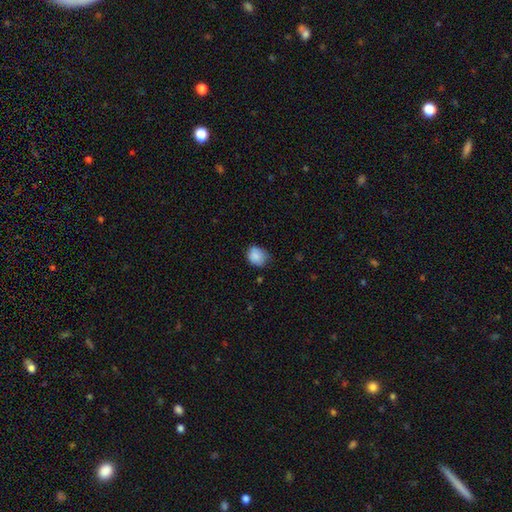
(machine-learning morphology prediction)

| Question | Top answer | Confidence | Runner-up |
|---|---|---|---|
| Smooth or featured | smooth | 86% | star or artifact (8%) |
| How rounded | round | 59% | in between (40%) |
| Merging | none | 62% | minor disturbance (32%) |